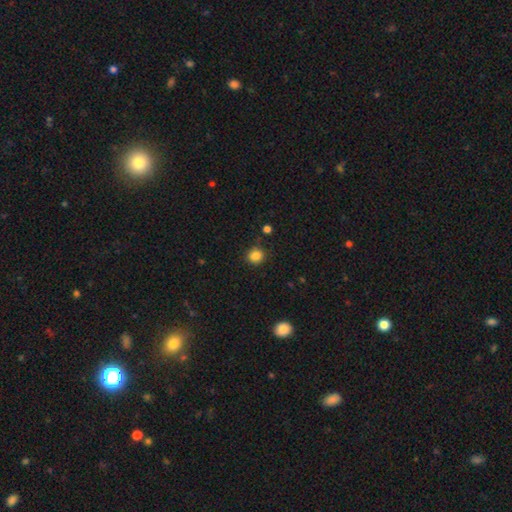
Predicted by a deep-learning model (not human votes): The model was most divided on "how rounded": round: 81%, in between: 18%, cigar-shaped: 1%. More confident: smooth or featured — smooth (85%); merging — none (83%).